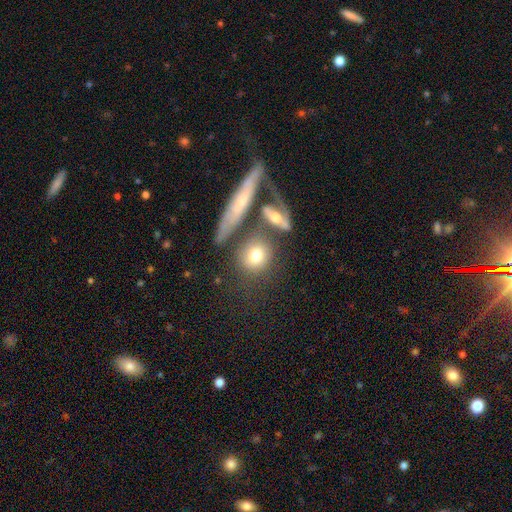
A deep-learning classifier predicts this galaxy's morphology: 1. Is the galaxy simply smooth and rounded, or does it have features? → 69% smooth, 20% featured or disk, 10% star or artifact.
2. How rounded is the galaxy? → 72% round, 22% in between, 6% cigar-shaped.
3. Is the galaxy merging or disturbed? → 52% none, 26% merger, 13% minor disturbance, 10% major disturbance.